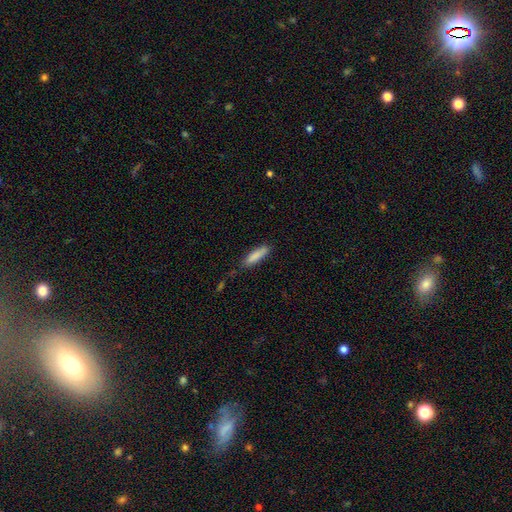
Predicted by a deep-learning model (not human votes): Smooth or featured: smooth — 86% (featured or disk — 8%)
How rounded: cigar-shaped — 72% (in between — 27%)
Merging: none — 77% (minor disturbance — 17%)